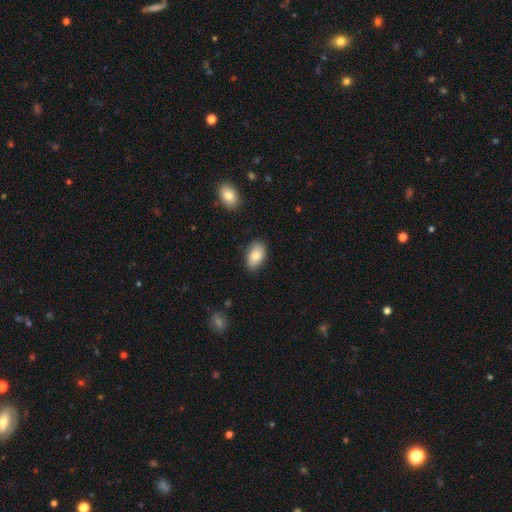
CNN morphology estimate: This is likely a smooth galaxy (79%). How rounded: clearly in between (91%). Merging: clearly none (82%).